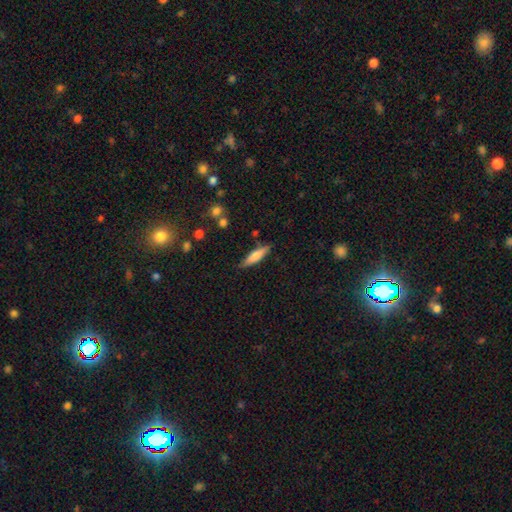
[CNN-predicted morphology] A smooth galaxy with no disk features (72%) that is cigar-shaped (74%). Merging: none (83%).